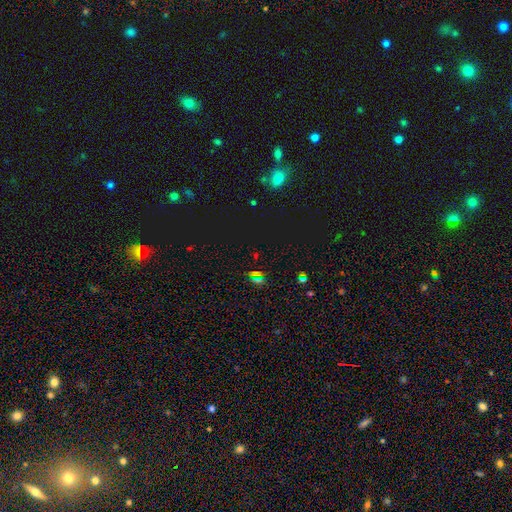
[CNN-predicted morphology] star or artifact 73%, smooth 19%, featured or disk 8%.